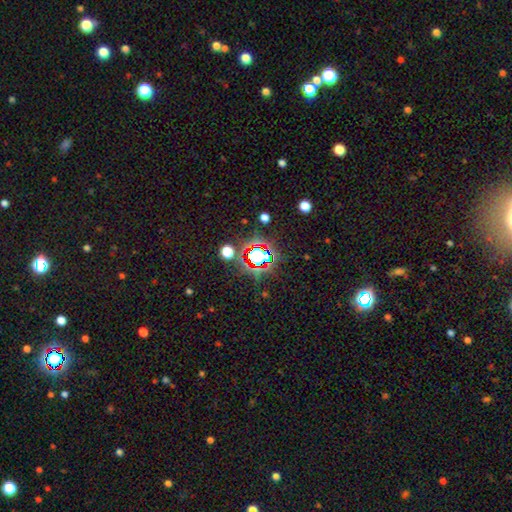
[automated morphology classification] The model was most divided on "smooth or featured": star or artifact: 69%, smooth: 21%, featured or disk: 11%.